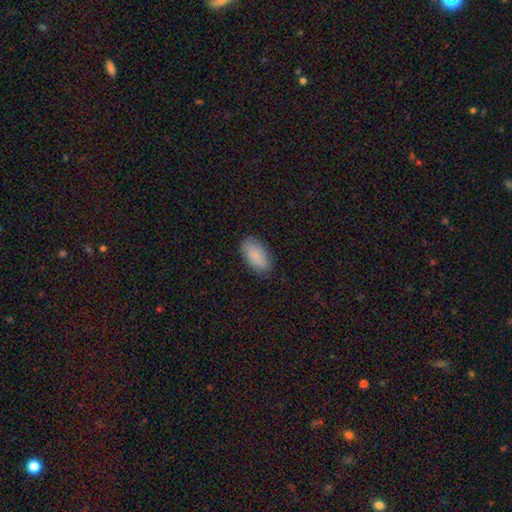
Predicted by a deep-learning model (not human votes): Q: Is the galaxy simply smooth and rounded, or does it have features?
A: smooth — 85%.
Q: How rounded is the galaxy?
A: in between — 94%.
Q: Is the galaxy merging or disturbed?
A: none — 83%.